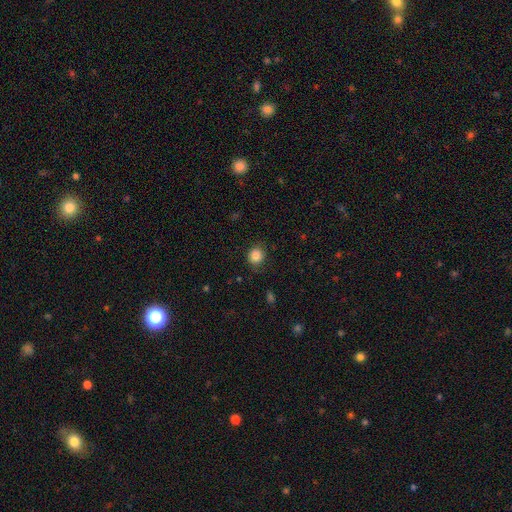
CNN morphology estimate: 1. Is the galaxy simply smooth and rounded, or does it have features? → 86% smooth, 10% star or artifact, 4% featured or disk.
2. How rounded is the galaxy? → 84% round, 15% in between, 1% cigar-shaped.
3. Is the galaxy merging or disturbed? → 80% none, 15% minor disturbance, 4% major disturbance, 1% merger.